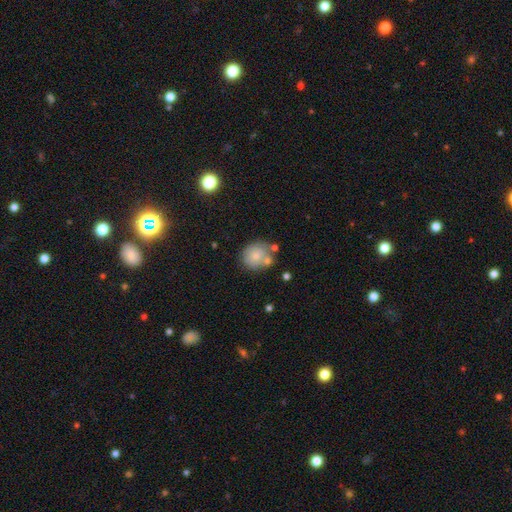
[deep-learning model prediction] smooth_or_featured: smooth (p=0.77) [alt: featured or disk p=0.14]
how_rounded: round (p=0.81) [alt: in between p=0.19]
merging: none (p=0.62) [alt: minor disturbance p=0.17]